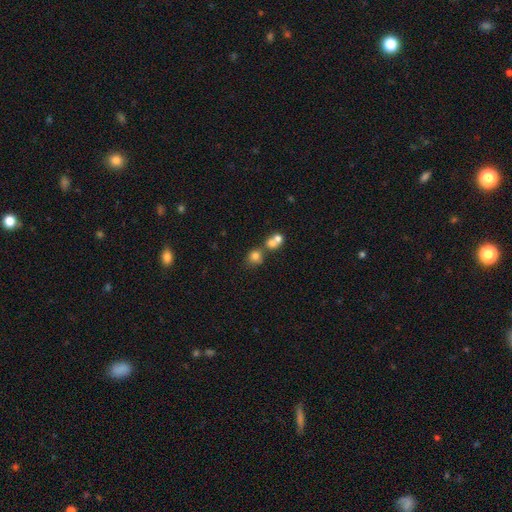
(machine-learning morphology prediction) smooth_or_featured: smooth (p=0.71) [alt: star or artifact p=0.18]
how_rounded: round (p=0.81) [alt: in between p=0.18]
merging: none (p=0.49) [alt: merger p=0.39]